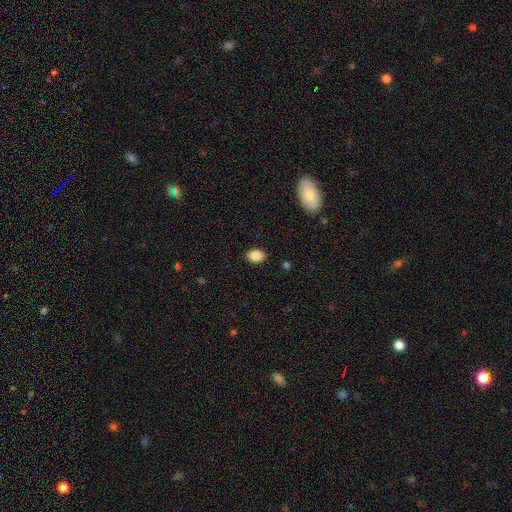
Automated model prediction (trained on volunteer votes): Q: Smooth or featured?
A: smooth (88%); runner-up: star or artifact (8%)
Q: How rounded?
A: in between (83%); runner-up: round (16%)
Q: Merging?
A: none (88%); runner-up: minor disturbance (9%)